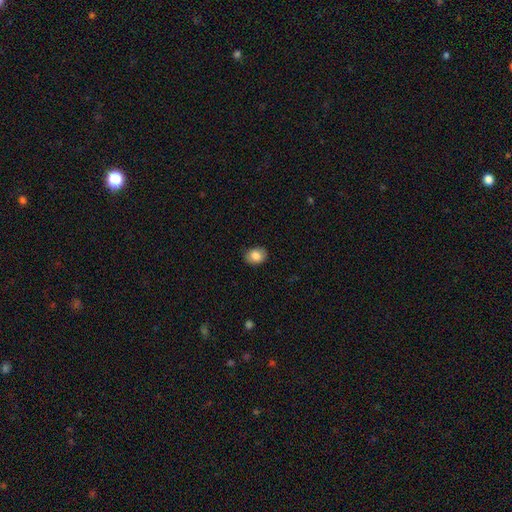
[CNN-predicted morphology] smooth 82%, featured or disk 10%, star or artifact 8%. Down the decision tree: how rounded — in between (61%); merging — none (86%).